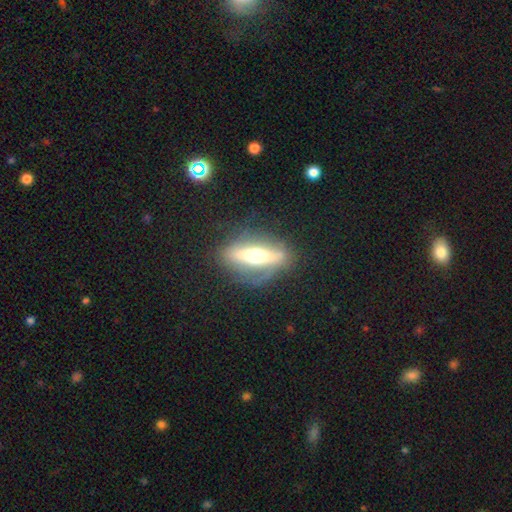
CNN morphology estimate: This appears to be a featured or disk galaxy (67%) viewed edge-on (66%). Merging: none (75%).